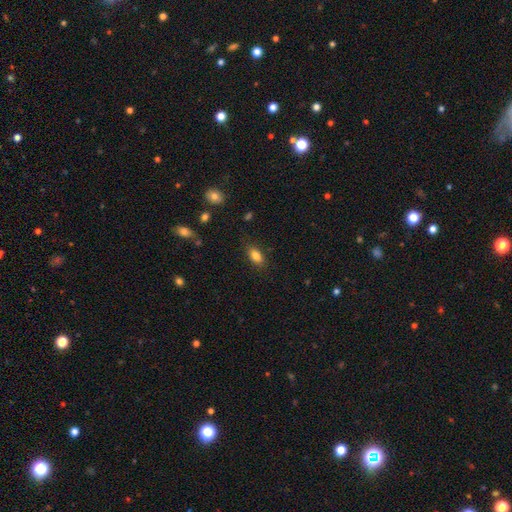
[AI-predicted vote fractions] Morphology: type=smooth (84%); roundness=in between (87%); merging=none (83%).